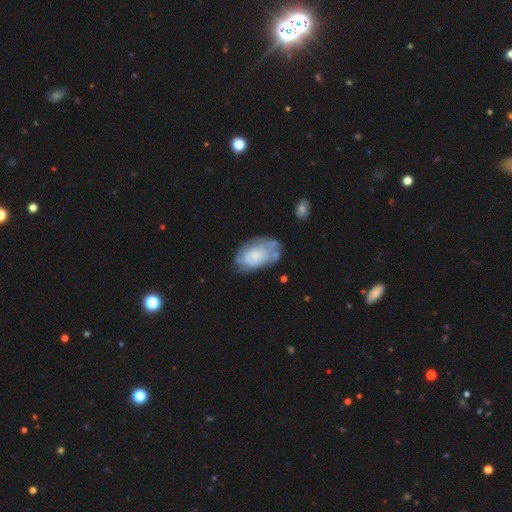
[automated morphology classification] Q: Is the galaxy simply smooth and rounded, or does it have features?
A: featured or disk — 59%.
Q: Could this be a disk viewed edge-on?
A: no — 96%.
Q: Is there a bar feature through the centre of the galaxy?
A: no — 81%.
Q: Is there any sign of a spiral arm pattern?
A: yes — 61%.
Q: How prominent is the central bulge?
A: small — 65%.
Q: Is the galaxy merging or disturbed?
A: none — 49%.